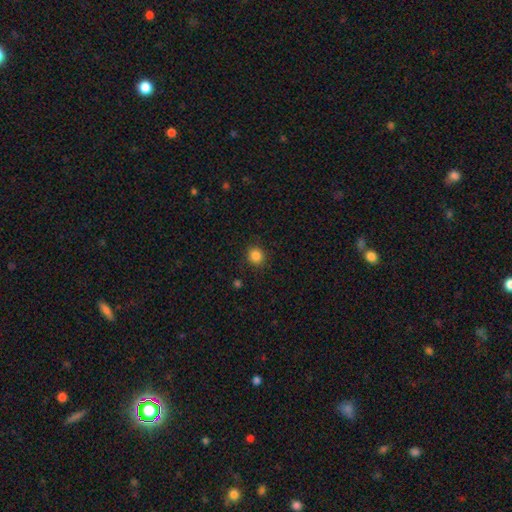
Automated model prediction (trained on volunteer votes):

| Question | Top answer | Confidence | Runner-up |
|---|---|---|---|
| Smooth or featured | smooth | 85% | star or artifact (11%) |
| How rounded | round | 88% | in between (11%) |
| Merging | none | 89% | minor disturbance (7%) |